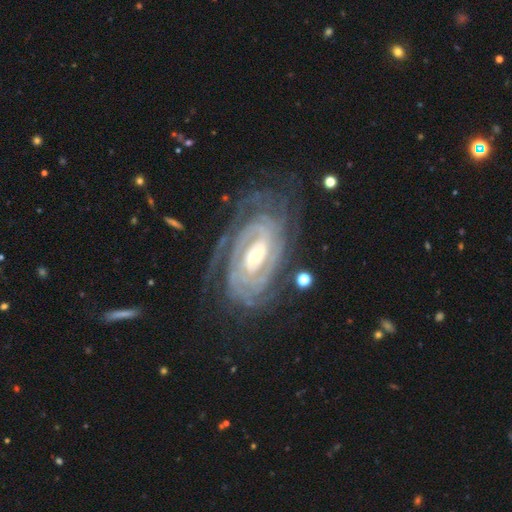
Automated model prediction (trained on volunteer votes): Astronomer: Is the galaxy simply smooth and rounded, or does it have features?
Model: featured or disk — 91%.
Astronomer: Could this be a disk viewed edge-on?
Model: no — 96%.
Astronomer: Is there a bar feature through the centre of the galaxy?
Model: weak — 40% (runner-up: strong, 33%).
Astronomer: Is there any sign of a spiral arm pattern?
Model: yes — 98%.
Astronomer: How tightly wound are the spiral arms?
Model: tight — 83%.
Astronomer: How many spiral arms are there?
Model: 2 — 32% (runner-up: can't tell, 23%).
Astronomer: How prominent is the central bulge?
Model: small — 48% (runner-up: moderate, 47%).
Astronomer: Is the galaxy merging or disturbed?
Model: none — 73%.